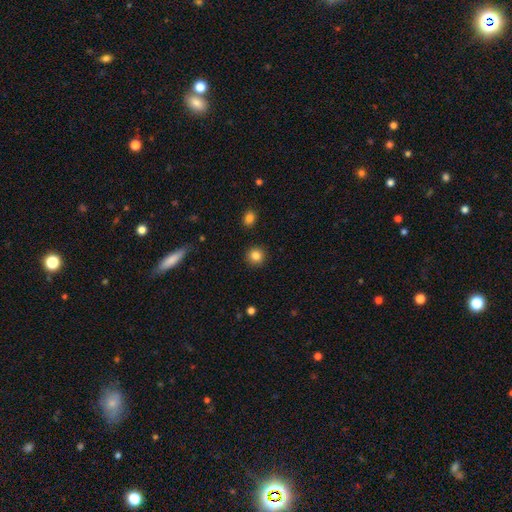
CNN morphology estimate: Overall: smooth (84%). How rounded: round (92%). Merging: none (91%).